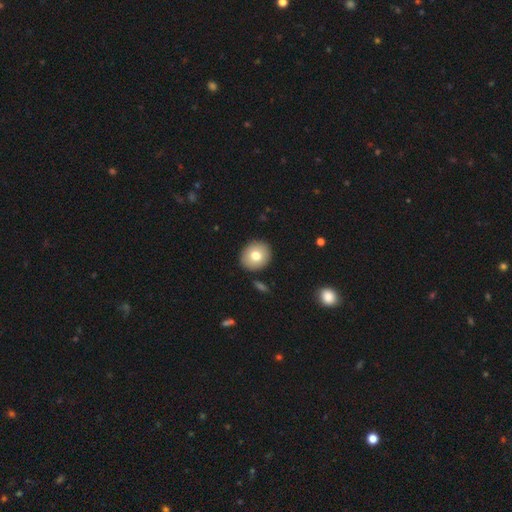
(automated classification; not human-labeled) Morphology: type=smooth (77%); roundness=round (77%); merging=none (90%).